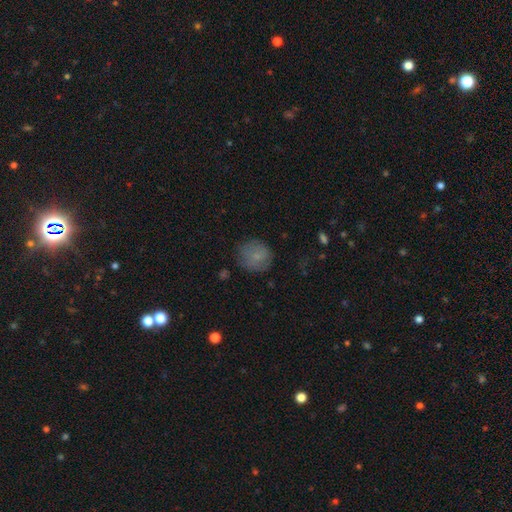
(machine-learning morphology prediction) type=smooth (79%); roundness=round (86%); merging=none (74%).